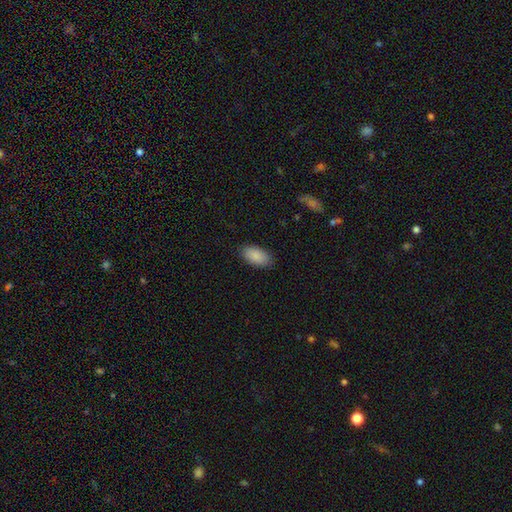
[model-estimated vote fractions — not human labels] Smooth or featured: smooth — 89% (star or artifact — 6%)
How rounded: in between — 94% (round — 3%)
Merging: none — 87% (minor disturbance — 10%)